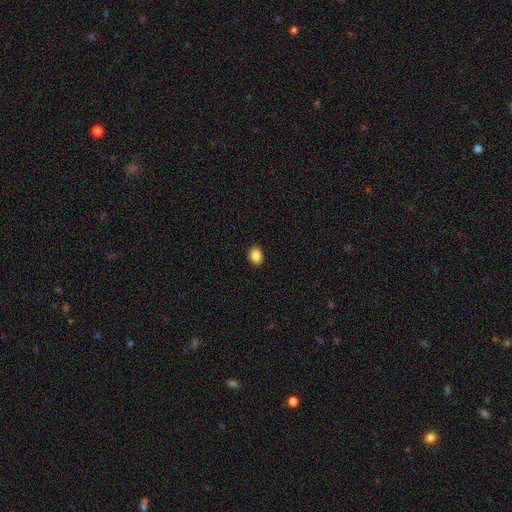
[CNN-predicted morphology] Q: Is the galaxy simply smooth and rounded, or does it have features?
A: smooth — 87%.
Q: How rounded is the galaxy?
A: in between — 62%.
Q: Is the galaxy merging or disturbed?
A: none — 90%.